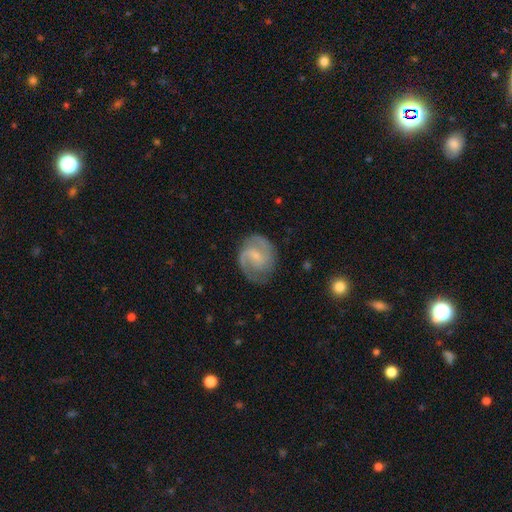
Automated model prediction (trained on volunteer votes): This is clearly a featured or disk galaxy (85%). It is clearly not viewed edge-on (98%). Bar: possibly weak (54%). Spiral arm pattern: clearly yes (97%). Spiral arm count: clearly 2 (82%). Spiral winding: possibly medium (54%). Central bulge: likely small (67%). Merging: likely none (75%).